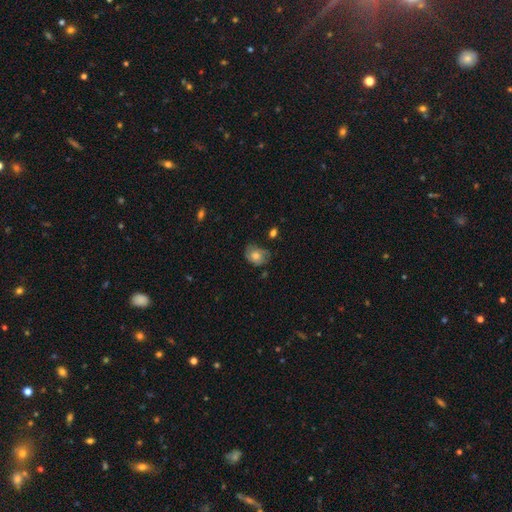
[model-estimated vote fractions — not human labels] Morphology: type=smooth (57%); roundness=in between (56%); merging=none (57%).